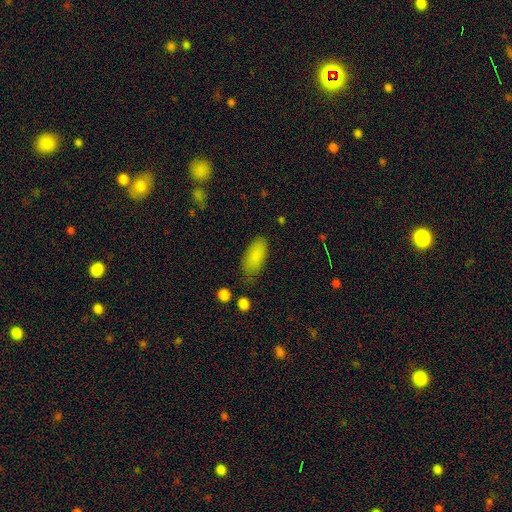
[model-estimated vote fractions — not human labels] Q: Smooth or featured?
A: smooth (86%); runner-up: star or artifact (7%)
Q: How rounded?
A: in between (89%); runner-up: cigar-shaped (8%)
Q: Merging?
A: none (74%); runner-up: minor disturbance (19%)